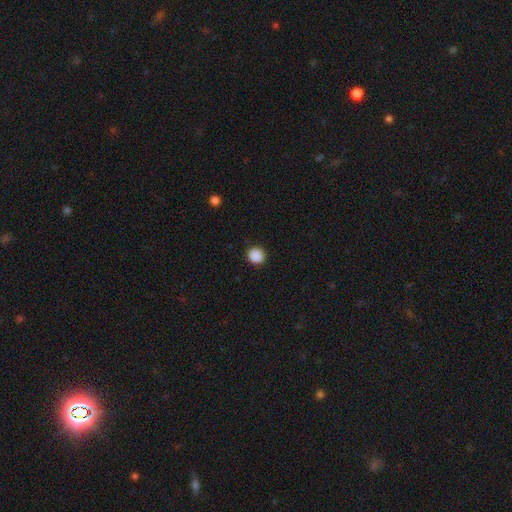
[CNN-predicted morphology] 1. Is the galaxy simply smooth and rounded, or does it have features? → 89% smooth, 9% star or artifact, 2% featured or disk.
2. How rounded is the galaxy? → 93% round, 6% in between, 1% cigar-shaped.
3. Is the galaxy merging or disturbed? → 92% none, 5% minor disturbance, 2% major disturbance, 1% merger.